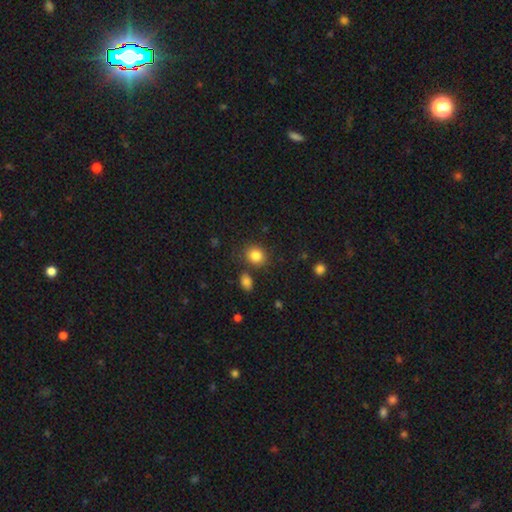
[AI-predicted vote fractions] A smooth galaxy with no disk features (85%) that is round (68%).

Vote fractions:
- Smooth or featured? smooth: 85% / star or artifact: 10% / featured or disk: 5%
- How rounded? round: 68% / in between: 31% / cigar-shaped: 1%
- Merging? none: 78% / minor disturbance: 11% / merger: 8% / major disturbance: 4%